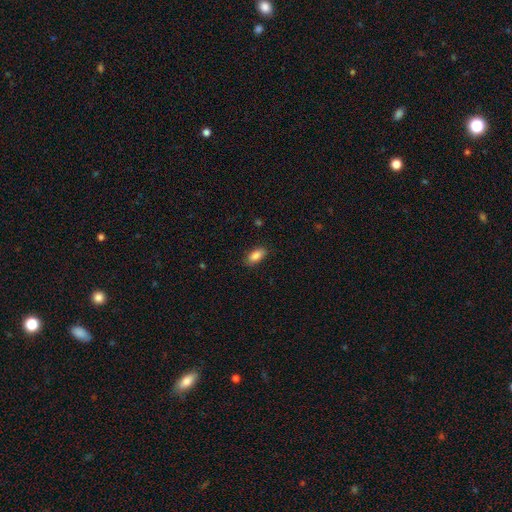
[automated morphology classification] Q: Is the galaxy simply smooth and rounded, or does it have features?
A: smooth — 87%.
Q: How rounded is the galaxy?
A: in between — 90%.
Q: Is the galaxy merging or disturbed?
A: none — 87%.